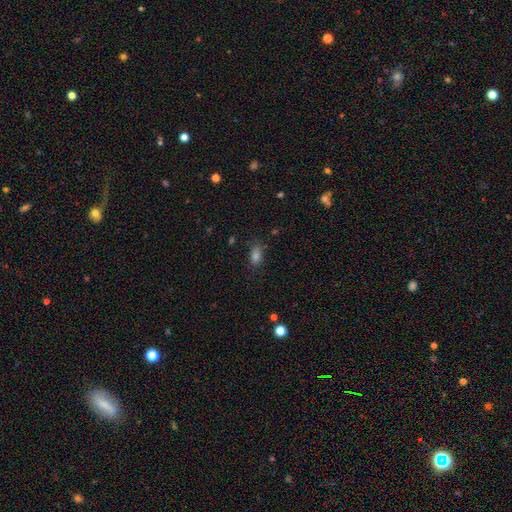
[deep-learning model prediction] smooth-or-featured: smooth: 76% | star or artifact: 18% | featured or disk: 6%
  how-rounded: in between: 83% | round: 13% | cigar-shaped: 4%
  merging: none: 78% | minor disturbance: 15% | major disturbance: 5% | merger: 2%